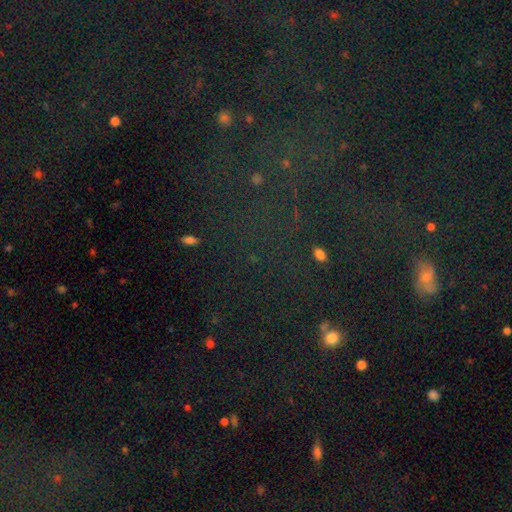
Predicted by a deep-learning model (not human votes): The model was most divided on "smooth or featured": star or artifact: 71%, smooth: 18%, featured or disk: 11%.